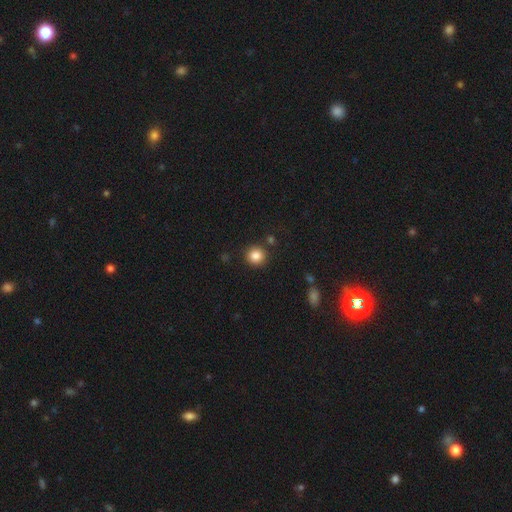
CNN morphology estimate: This is clearly a smooth galaxy (85%). How rounded: clearly round (92%). Merging: clearly none (87%).